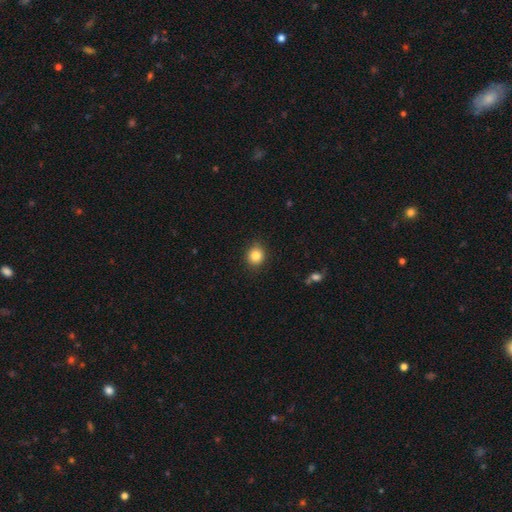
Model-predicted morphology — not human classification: Smooth or featured: smooth — 85% (star or artifact — 10%)
How rounded: round — 75% (in between — 24%)
Merging: none — 88% (minor disturbance — 9%)